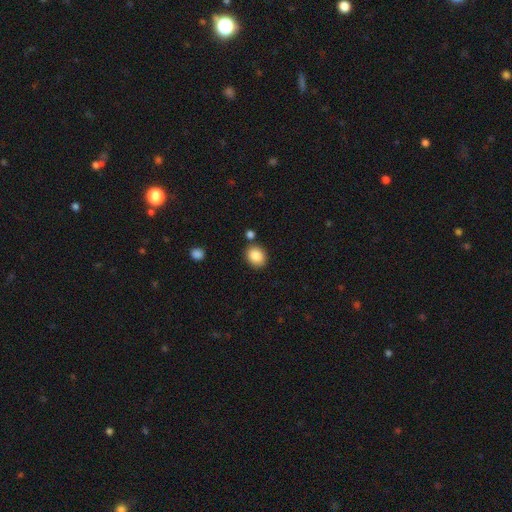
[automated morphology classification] A smooth galaxy with no disk features (86%) that is round (52%). Merging: none (80%).